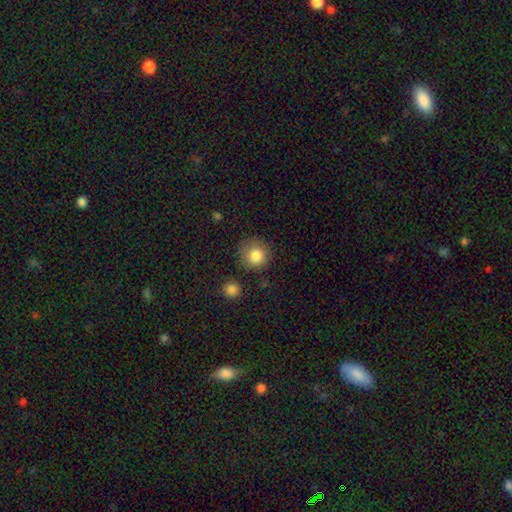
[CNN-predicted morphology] Q: Smooth or featured?
A: smooth (85%); runner-up: star or artifact (9%)
Q: How rounded?
A: round (92%); runner-up: in between (7%)
Q: Merging?
A: none (80%); runner-up: minor disturbance (13%)